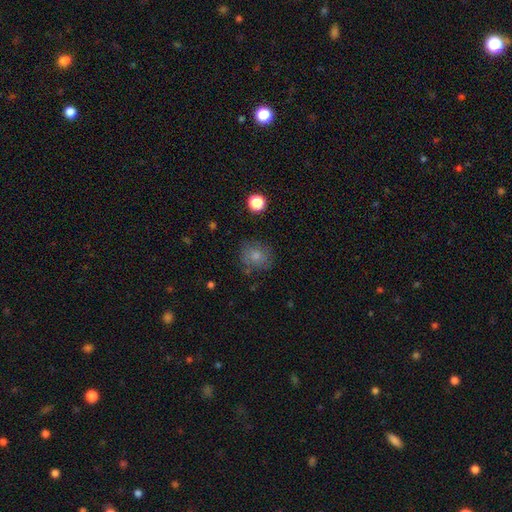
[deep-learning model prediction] Overall: smooth (76%). How rounded: round (76%). Merging: none (73%).